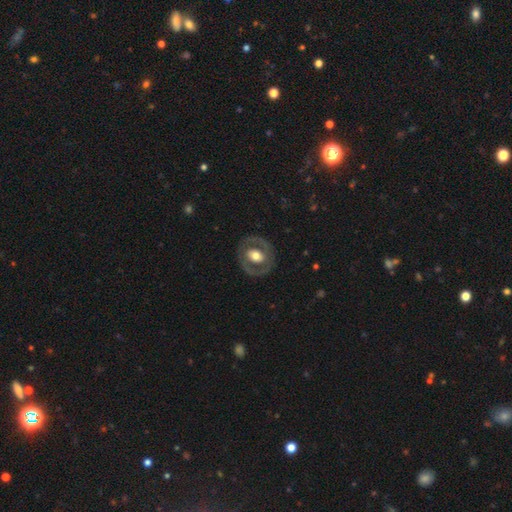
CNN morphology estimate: The model was most divided on "smooth or featured": featured or disk: 57%, smooth: 38%, star or artifact: 5%. More confident: edge-on disk — no (95%); merging — none (80%); spiral arms — no (78%); bar — no (69%); bulge size — moderate (58%).